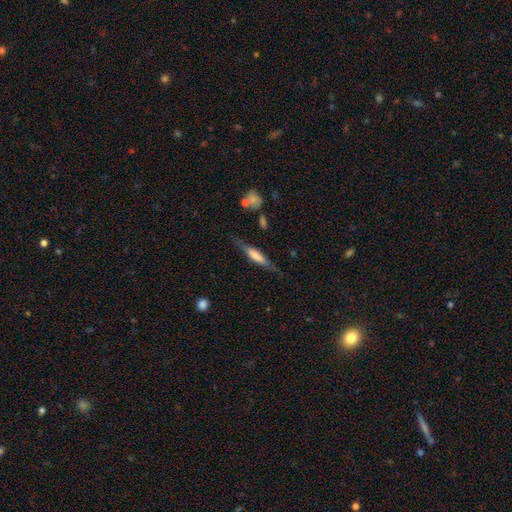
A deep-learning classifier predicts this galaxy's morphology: smooth 48%, featured or disk 46%, star or artifact 7%. Down the decision tree: merging — none (77%).